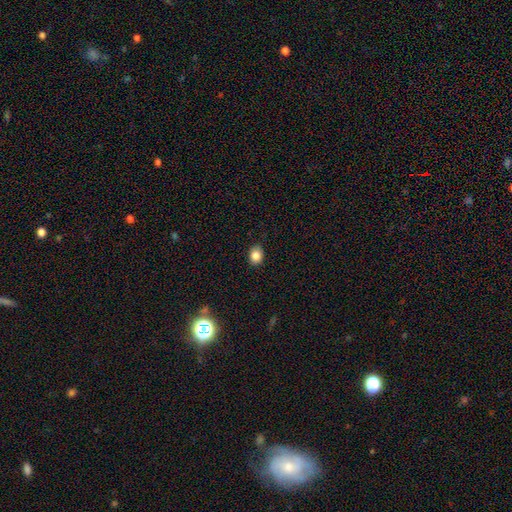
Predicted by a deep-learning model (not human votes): A smooth galaxy with no disk features (85%) that is in between round and cigar-shaped (58%). Merging: none (87%).